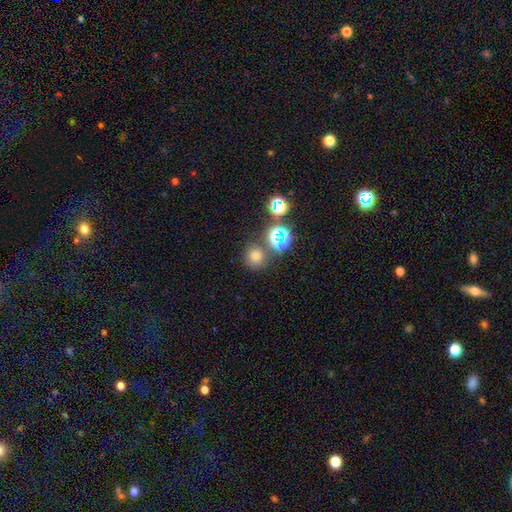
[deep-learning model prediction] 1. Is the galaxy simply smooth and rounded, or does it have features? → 67% smooth, 26% star or artifact, 7% featured or disk.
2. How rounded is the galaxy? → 91% round, 8% in between, 1% cigar-shaped.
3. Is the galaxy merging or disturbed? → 76% none, 12% merger, 9% minor disturbance, 4% major disturbance.